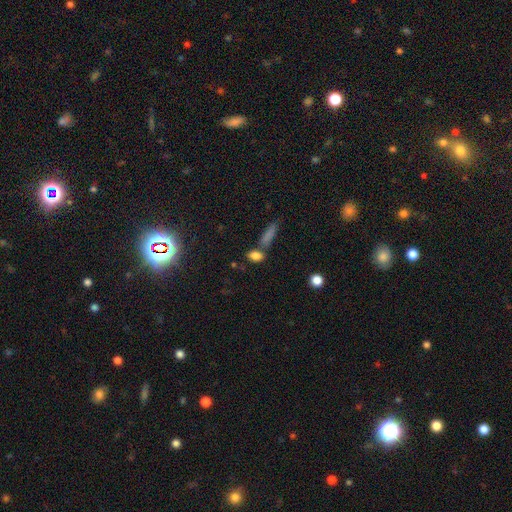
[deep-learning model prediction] The model was most divided on "merging": none: 59%, merger: 24%, minor disturbance: 13%, major disturbance: 5%. More confident: smooth or featured — smooth (80%); how rounded — in between (79%).